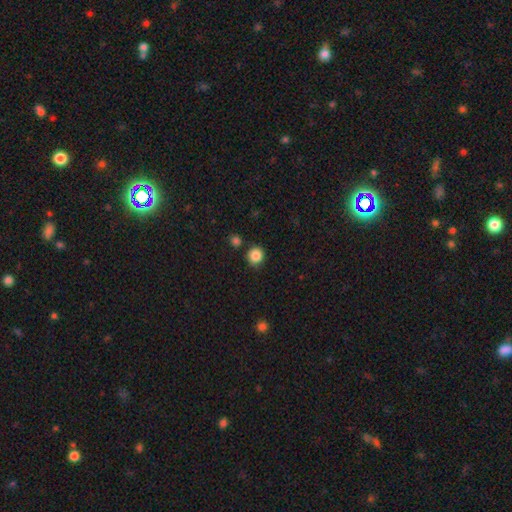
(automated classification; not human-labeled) smooth-or-featured: smooth: 86% | star or artifact: 10% | featured or disk: 4%
  how-rounded: round: 91% | in between: 8% | cigar-shaped: 1%
  merging: none: 84% | minor disturbance: 9% | merger: 5% | major disturbance: 2%